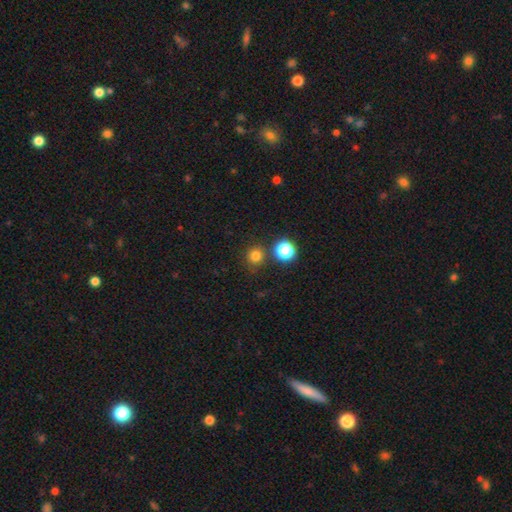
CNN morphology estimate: Smooth or featured?
  - smooth: 77% *
  - star or artifact: 18%
  - featured or disk: 5%
How rounded?
  - round: 92% *
  - in between: 7%
  - cigar-shaped: 1%
Merging?
  - none: 81% *
  - minor disturbance: 8%
  - merger: 8%
  - major disturbance: 3%